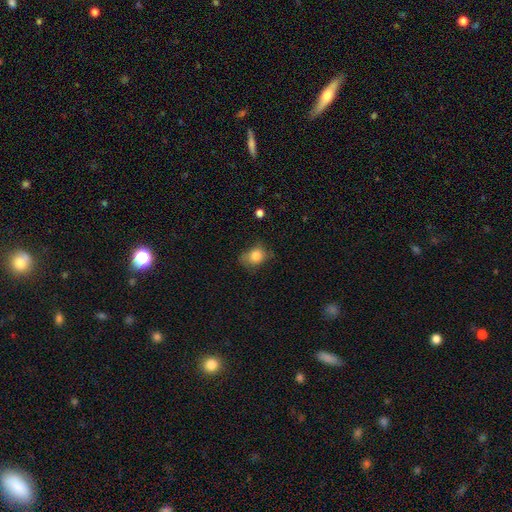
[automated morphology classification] smooth 81%, featured or disk 10%, star or artifact 9%. Down the decision tree: how rounded — in between (57%); merging — none (55%).